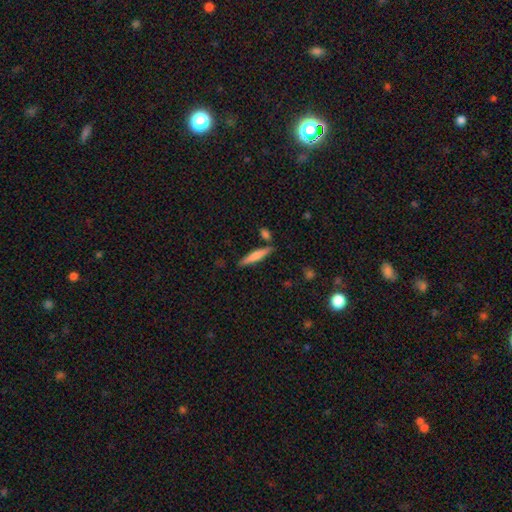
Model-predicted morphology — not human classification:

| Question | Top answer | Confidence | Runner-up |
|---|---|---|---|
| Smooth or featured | smooth | 67% | featured or disk (27%) |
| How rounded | cigar-shaped | 89% | in between (9%) |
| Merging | none | 81% | minor disturbance (10%) |